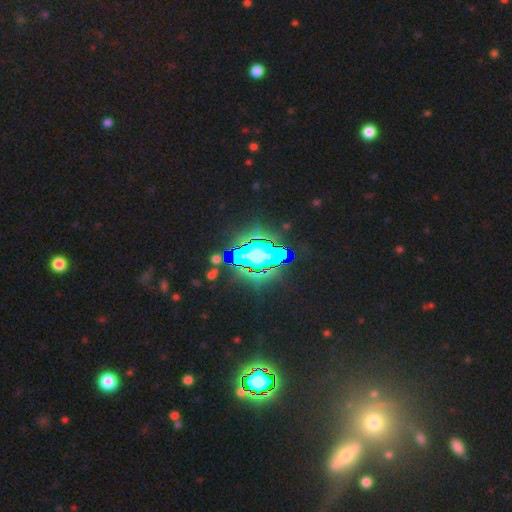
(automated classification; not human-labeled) Smooth or featured?
  - star or artifact: 63% *
  - smooth: 20%
  - featured or disk: 17%